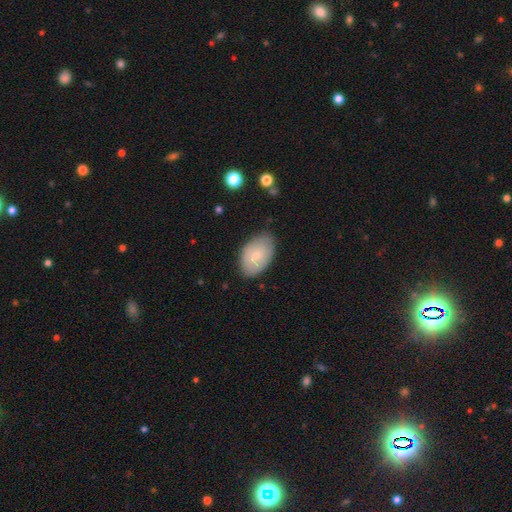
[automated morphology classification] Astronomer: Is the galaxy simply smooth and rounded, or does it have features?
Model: smooth — 75%.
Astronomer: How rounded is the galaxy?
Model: in between — 92%.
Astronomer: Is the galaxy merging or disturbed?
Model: none — 78%.